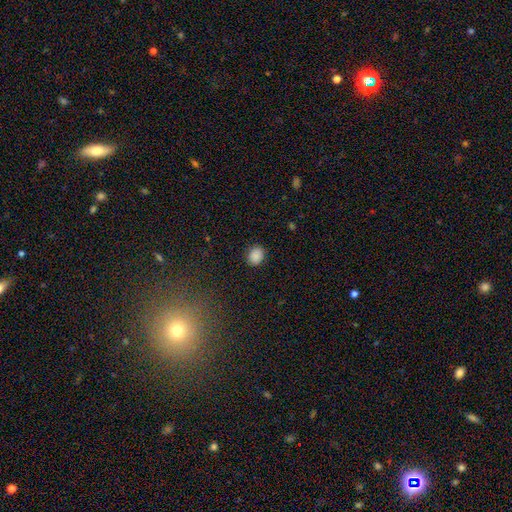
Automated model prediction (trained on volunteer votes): smooth 88%, star or artifact 9%, featured or disk 3%. Down the decision tree: how rounded — round (54%); merging — none (86%).